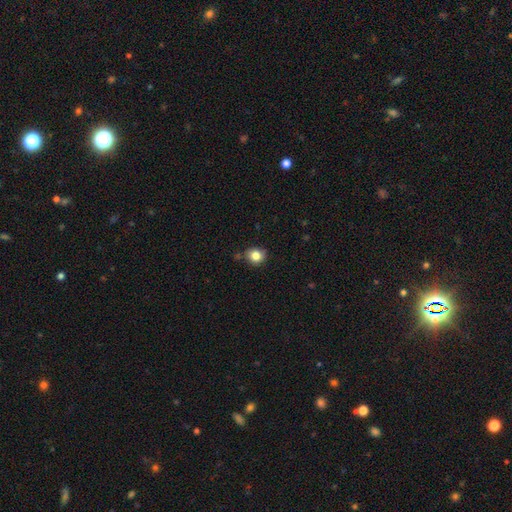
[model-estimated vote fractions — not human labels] A smooth galaxy with no disk features (83%) that is round (85%).

Vote fractions:
- Smooth or featured? smooth: 83% / star or artifact: 11% / featured or disk: 6%
- How rounded? round: 85% / in between: 14% / cigar-shaped: 1%
- Merging? none: 79% / minor disturbance: 13% / merger: 5% / major disturbance: 3%